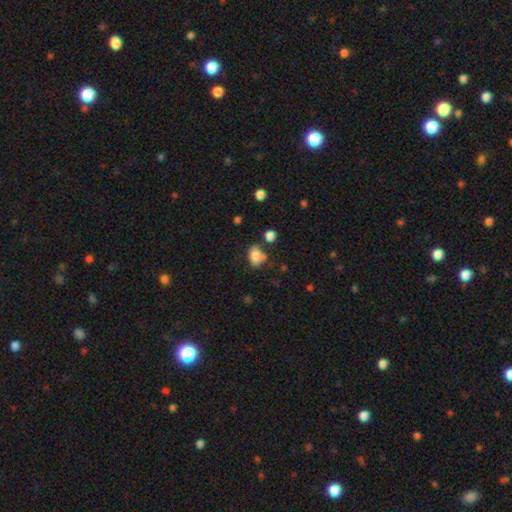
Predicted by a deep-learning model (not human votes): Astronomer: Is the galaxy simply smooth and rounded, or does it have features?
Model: smooth — 80%.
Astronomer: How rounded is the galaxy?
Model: in between — 81%.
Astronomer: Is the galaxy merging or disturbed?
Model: none — 56%.